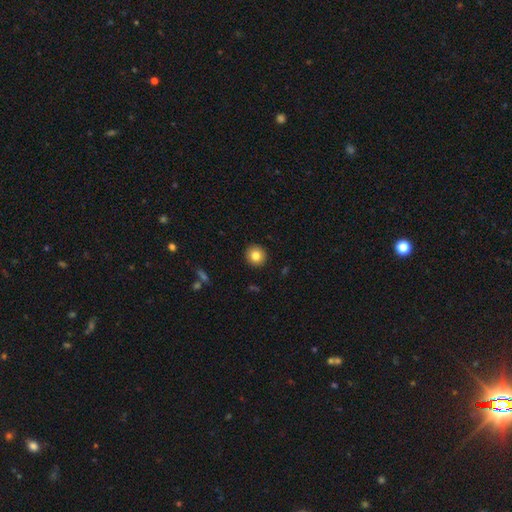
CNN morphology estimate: The model was most divided on "smooth or featured": smooth: 82%, star or artifact: 10%, featured or disk: 9%. More confident: merging — none (93%); how rounded — round (92%).